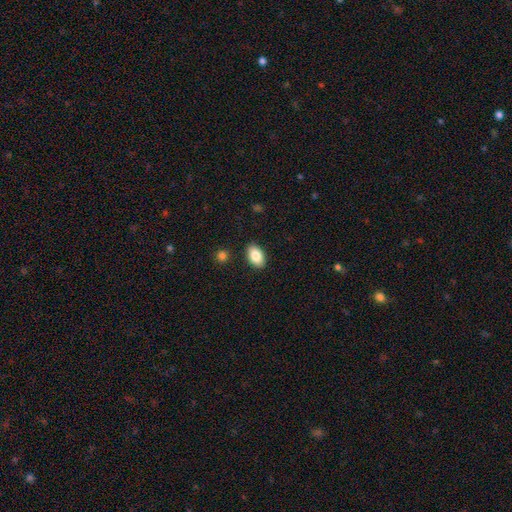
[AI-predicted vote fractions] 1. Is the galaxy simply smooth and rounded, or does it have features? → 85% smooth, 8% featured or disk, 7% star or artifact.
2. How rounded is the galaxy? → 92% in between, 7% round, 2% cigar-shaped.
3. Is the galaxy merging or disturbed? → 88% none, 8% minor disturbance, 2% major disturbance, 2% merger.